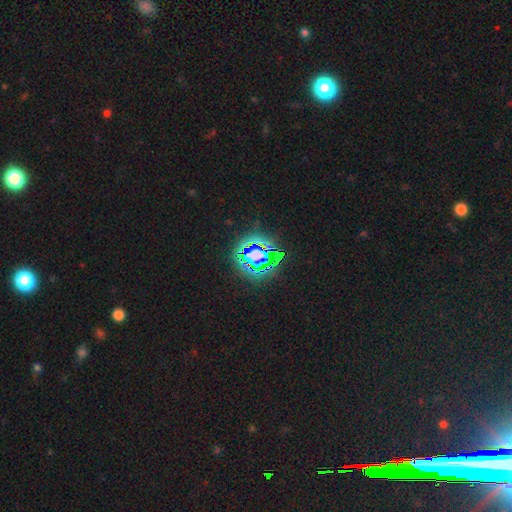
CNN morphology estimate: smooth-or-featured: star or artifact: 68% | smooth: 19% | featured or disk: 13%